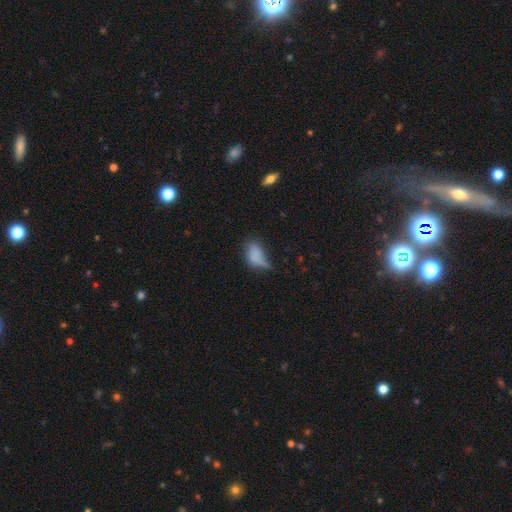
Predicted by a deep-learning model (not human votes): The model was most divided on "merging": minor disturbance: 36%, none: 30%, major disturbance: 29%, merger: 6%. More confident: how rounded — in between (86%); smooth or featured — smooth (72%).